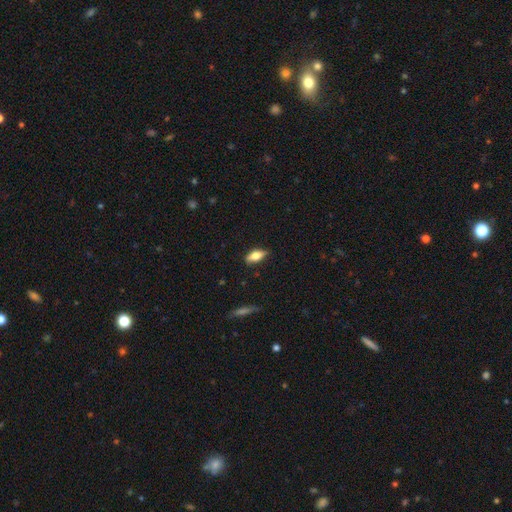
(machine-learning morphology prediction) Smooth or featured? smooth (65%)
How rounded? in between (79%)
Merging? none (82%)